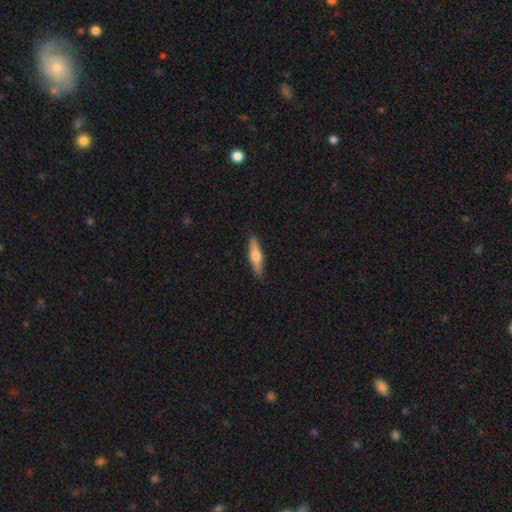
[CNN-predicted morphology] A smooth galaxy with no disk features (54%) that is cigar-shaped (75%). Merging: none (89%).